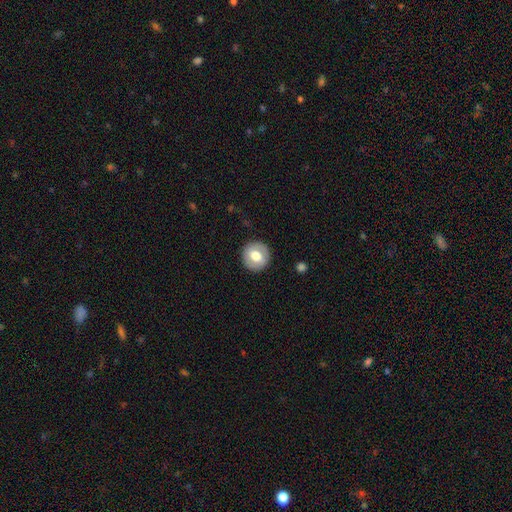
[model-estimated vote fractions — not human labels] The model was most divided on "smooth or featured": smooth: 63%, featured or disk: 30%, star or artifact: 7%. More confident: how rounded — round (89%); merging — none (89%).